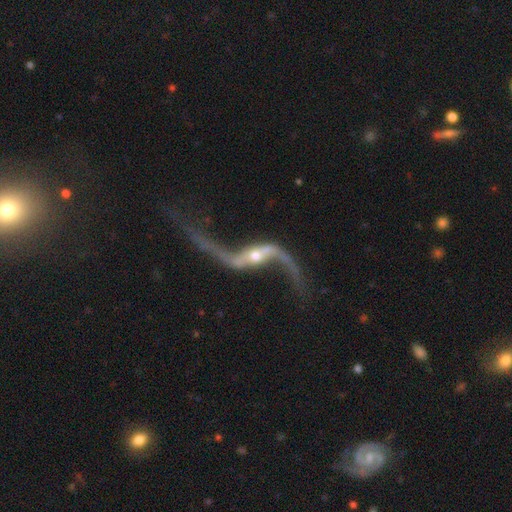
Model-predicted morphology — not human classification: type=featured or disk (92%); edge-on=no (89%); bar=strong (40%); spiral arms=yes (95%); winding=loose (96%); arm count=2 (94%); bulge=small (50%); merging=none (58%).